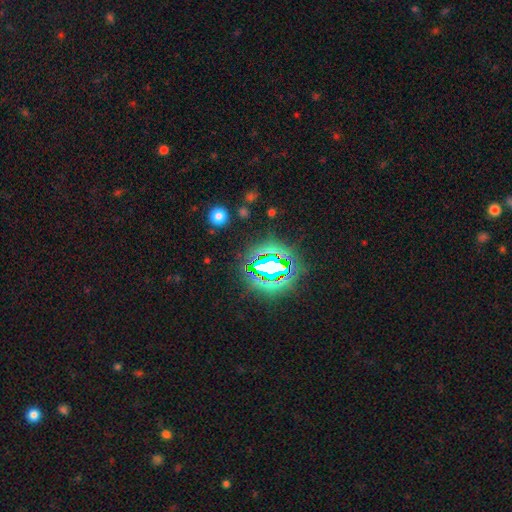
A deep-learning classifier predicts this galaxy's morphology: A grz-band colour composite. It shows a star or artifact, not a galaxy (84%).